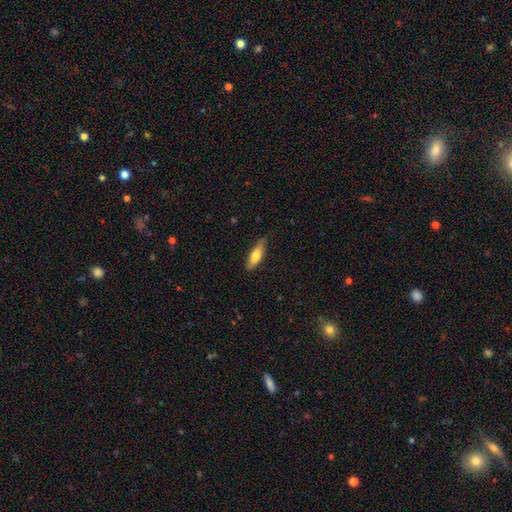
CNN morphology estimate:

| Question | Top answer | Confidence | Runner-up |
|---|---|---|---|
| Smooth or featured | smooth | 69% | featured or disk (25%) |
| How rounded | cigar-shaped | 54% | in between (45%) |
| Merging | none | 80% | minor disturbance (17%) |